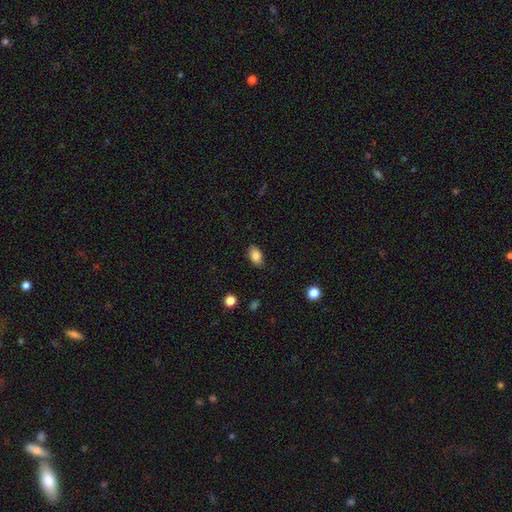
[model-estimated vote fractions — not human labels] A smooth galaxy with no disk features (85%) that is in between round and cigar-shaped (89%). Merging: none (85%).